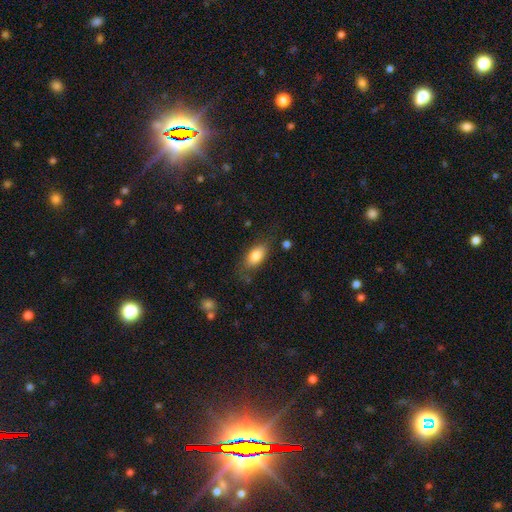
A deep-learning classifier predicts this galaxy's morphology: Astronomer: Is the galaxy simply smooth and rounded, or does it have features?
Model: smooth — 81%.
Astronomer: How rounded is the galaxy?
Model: in between — 88%.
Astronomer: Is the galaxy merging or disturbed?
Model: none — 72%.